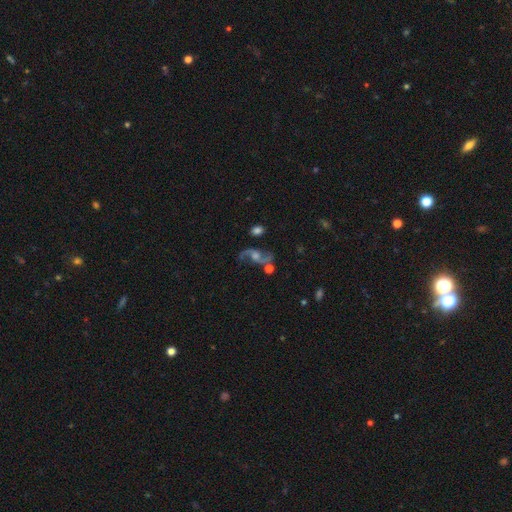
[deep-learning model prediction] featured or disk 84%, star or artifact 9%, smooth 7%. Down the decision tree: edge-on disk — no (96%); bar — no (58%); spiral arms — yes (95%); spiral arm count — 2 (92%); spiral winding — loose (72%); bulge size — moderate (49%); merging — none (63%).